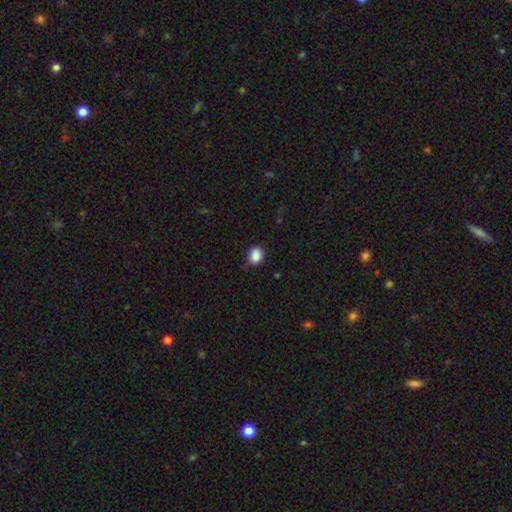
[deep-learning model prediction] Q: Smooth or featured?
A: smooth (88%); runner-up: star or artifact (9%)
Q: How rounded?
A: round (61%); runner-up: in between (38%)
Q: Merging?
A: none (79%); runner-up: minor disturbance (17%)